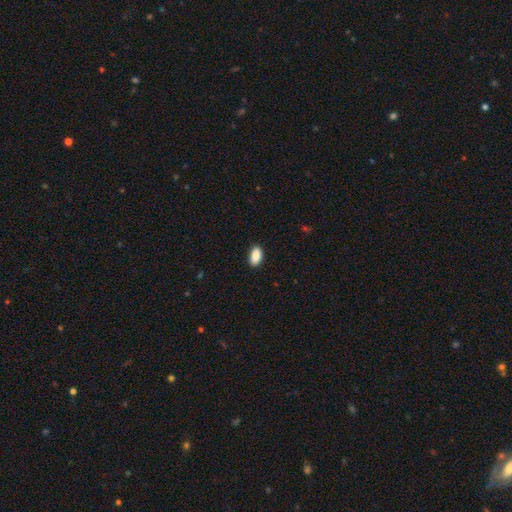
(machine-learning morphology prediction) Smooth or featured? smooth (90%)
How rounded? in between (93%)
Merging? none (88%)